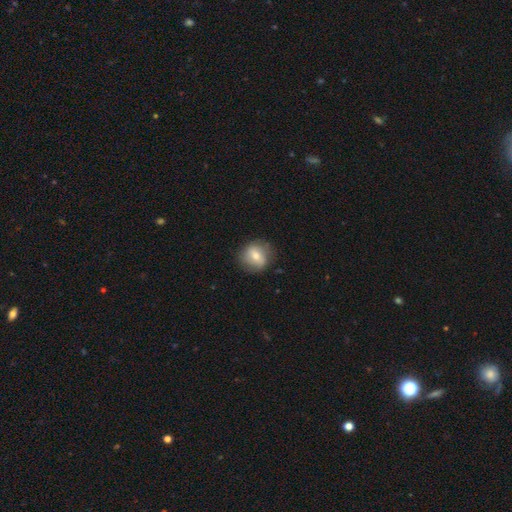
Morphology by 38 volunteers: This appears to be a smooth galaxy with no disk features (55%) that is round (76%). Merging: none (83%).